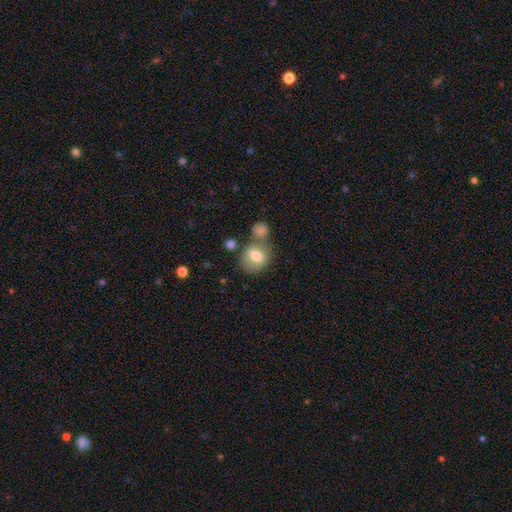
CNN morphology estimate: The model was most divided on "merging": none: 48%, merger: 29%, minor disturbance: 16%, major disturbance: 7%. More confident: smooth or featured — smooth (73%); how rounded — round (66%).